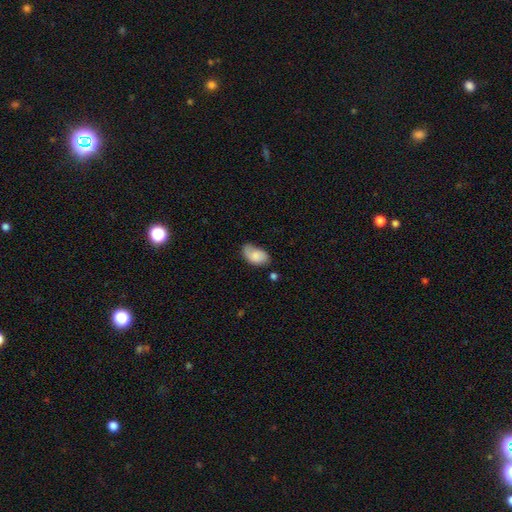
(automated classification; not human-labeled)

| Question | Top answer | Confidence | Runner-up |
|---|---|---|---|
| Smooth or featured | smooth | 76% | featured or disk (16%) |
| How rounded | in between | 93% | round (5%) |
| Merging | none | 52% | minor disturbance (34%) |